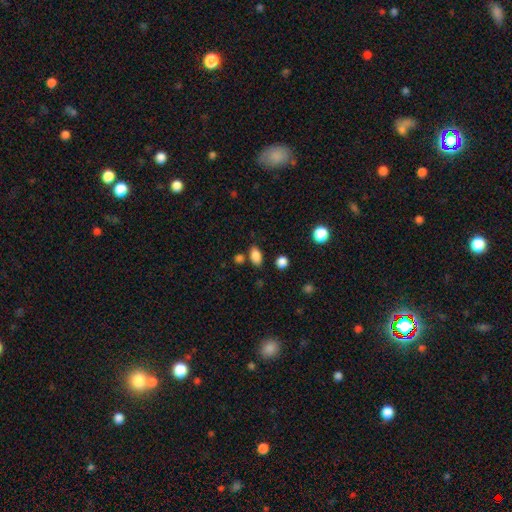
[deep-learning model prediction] Smooth or featured? Predicted: smooth (p=0.85). How rounded? Predicted: in between (p=0.87). Merging? Predicted: none (p=0.78).